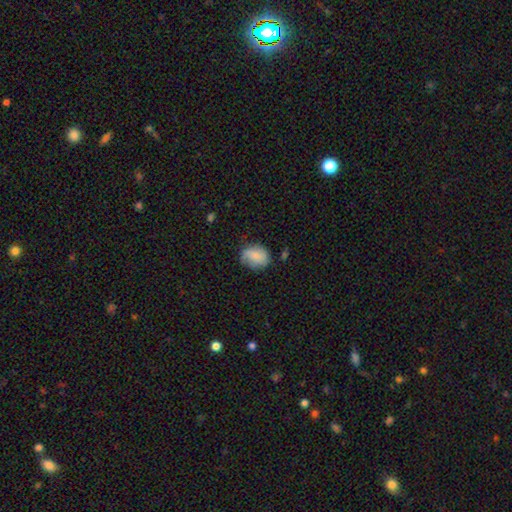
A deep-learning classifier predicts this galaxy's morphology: Smooth or featured? Predicted: smooth (p=0.73). How rounded? Predicted: round (p=0.52). Merging? Predicted: none (p=0.62).